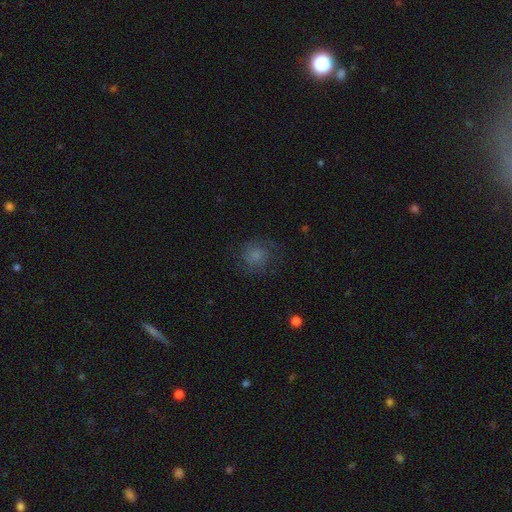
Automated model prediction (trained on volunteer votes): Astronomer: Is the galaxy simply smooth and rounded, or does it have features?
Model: smooth — 69%.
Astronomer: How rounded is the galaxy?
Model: round — 86%.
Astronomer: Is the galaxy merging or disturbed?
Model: none — 71%.